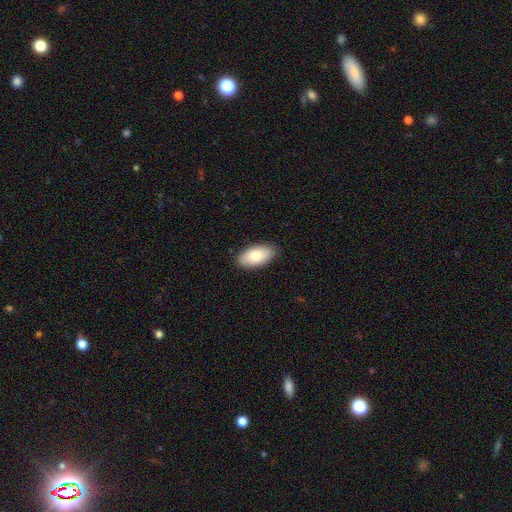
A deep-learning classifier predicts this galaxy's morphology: This is clearly a smooth galaxy (83%). How rounded: clearly in between (95%). Merging: clearly none (88%).